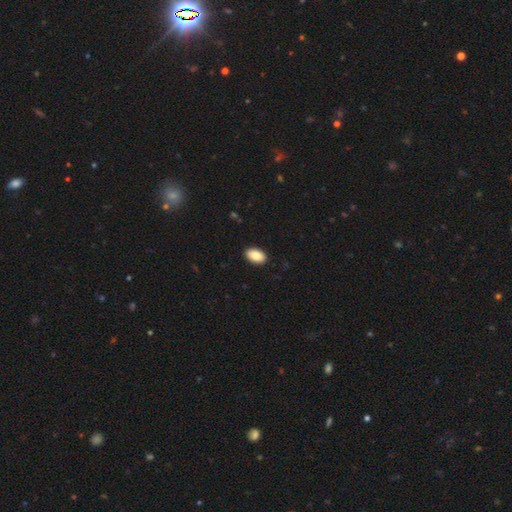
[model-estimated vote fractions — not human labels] This is clearly a smooth galaxy (86%). How rounded: clearly in between (93%). Merging: clearly none (91%).